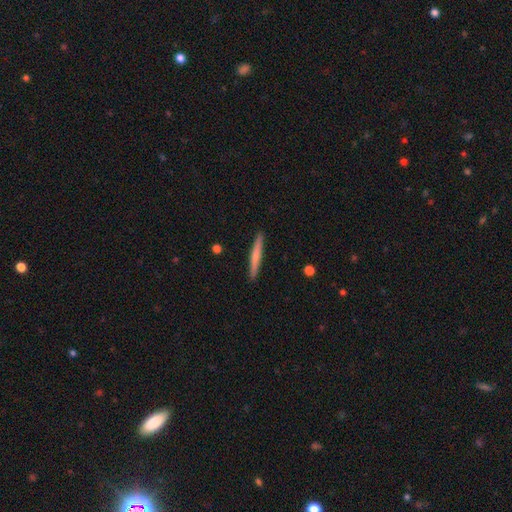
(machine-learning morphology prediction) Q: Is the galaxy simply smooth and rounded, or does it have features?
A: smooth — 63%.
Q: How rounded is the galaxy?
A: cigar-shaped — 96%.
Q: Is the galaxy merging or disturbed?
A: none — 91%.